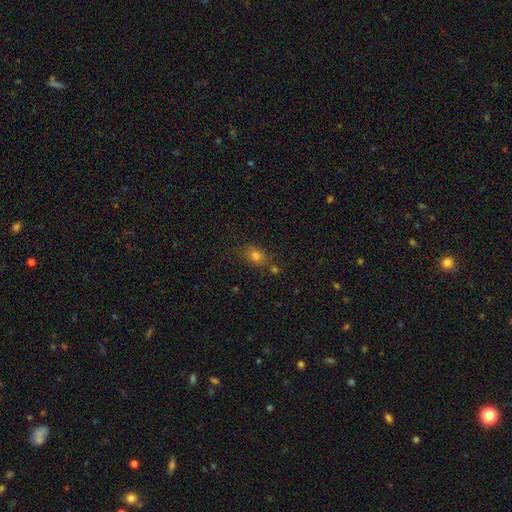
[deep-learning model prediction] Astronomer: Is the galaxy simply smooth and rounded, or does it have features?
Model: smooth — 73%.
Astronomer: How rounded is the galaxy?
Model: in between — 61% (runner-up: round, 37%).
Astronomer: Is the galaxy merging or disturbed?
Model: none — 71%.